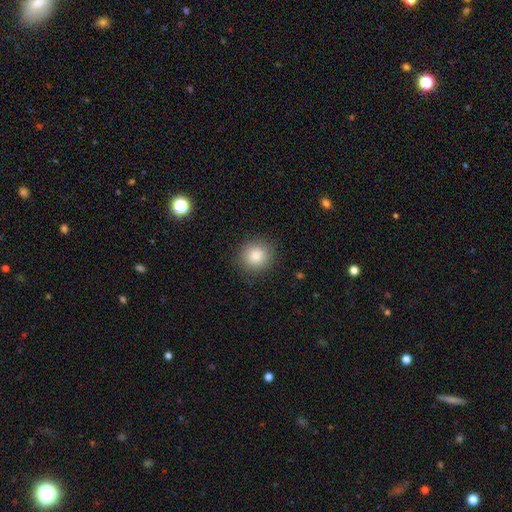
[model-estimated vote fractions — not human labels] Overall: smooth (84%). How rounded: round (92%). Merging: none (90%).